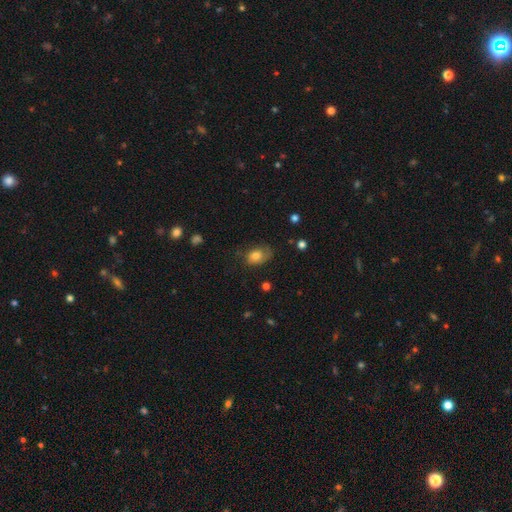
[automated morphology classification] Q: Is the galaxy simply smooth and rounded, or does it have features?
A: smooth — 75%.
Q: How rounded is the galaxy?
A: in between — 77%.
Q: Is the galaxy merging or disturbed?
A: none — 52%.